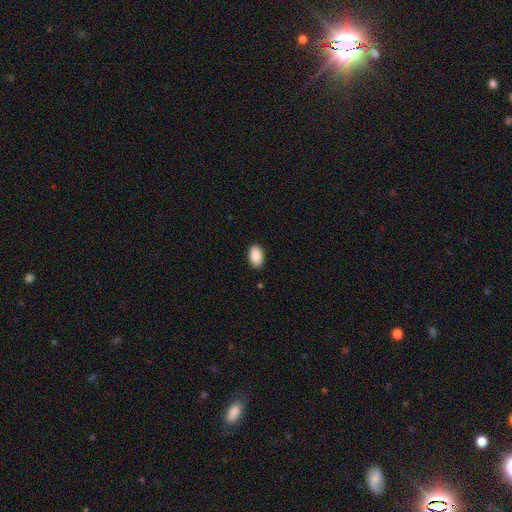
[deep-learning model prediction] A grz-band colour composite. It shows a smooth galaxy with no disk features (90%) that is in between round and cigar-shaped (93%). Merging: none (89%).